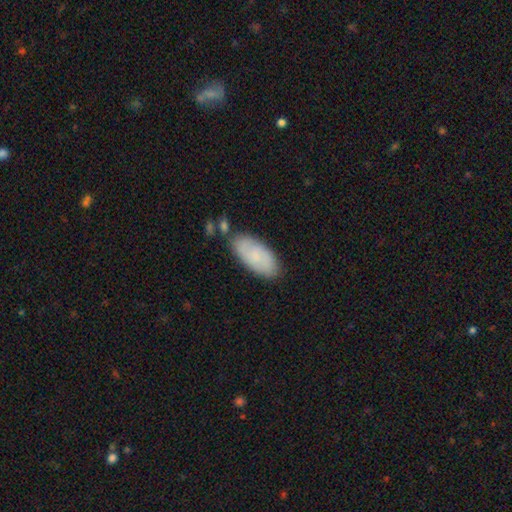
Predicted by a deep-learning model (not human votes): smooth 71%, featured or disk 22%, star or artifact 7%. Down the decision tree: how rounded — in between (89%); merging — none (70%).